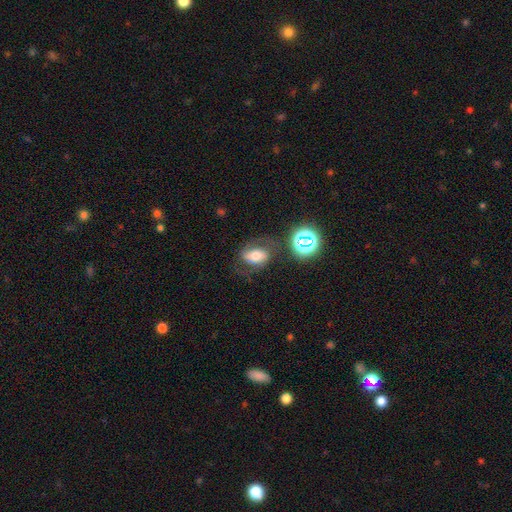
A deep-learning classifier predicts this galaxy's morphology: Smooth or featured? Predicted: smooth (p=0.46). Merging? Predicted: none (p=0.57).